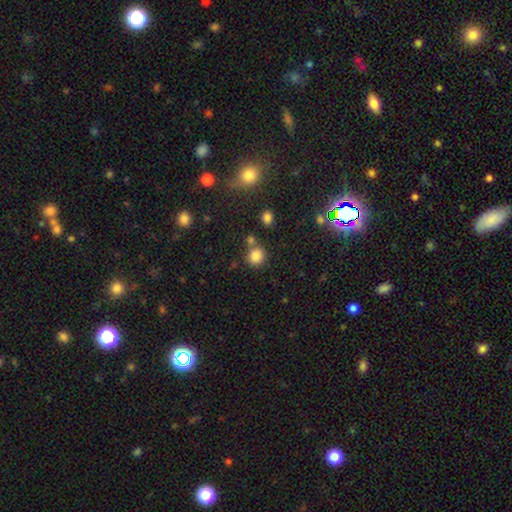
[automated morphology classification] Q: Smooth or featured?
A: smooth (83%); runner-up: star or artifact (12%)
Q: How rounded?
A: round (85%); runner-up: in between (14%)
Q: Merging?
A: none (68%); runner-up: merger (18%)